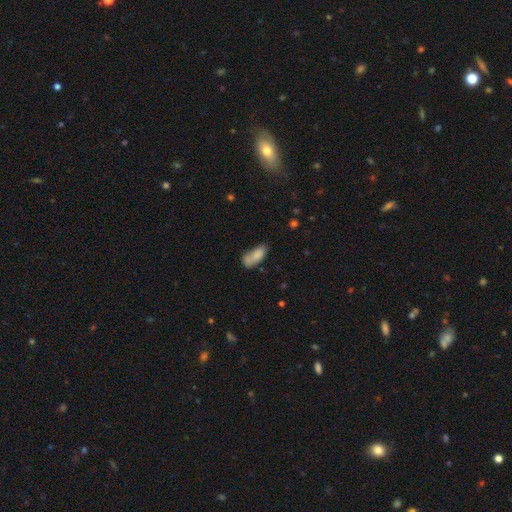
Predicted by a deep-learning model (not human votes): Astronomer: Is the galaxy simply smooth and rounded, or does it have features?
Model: smooth — 80%.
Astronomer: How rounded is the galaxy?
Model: in between — 83%.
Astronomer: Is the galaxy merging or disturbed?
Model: none — 40% (runner-up: minor disturbance, 25%).